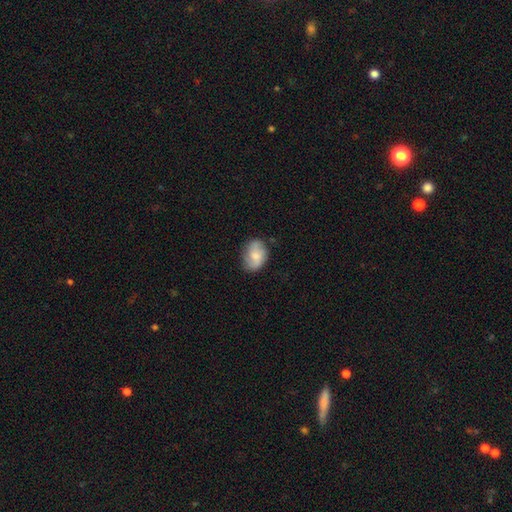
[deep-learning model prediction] smooth-or-featured: smooth: 65% | featured or disk: 28% | star or artifact: 7%
  how-rounded: in between: 71% | round: 28% | cigar-shaped: 1%
  merging: none: 69% | minor disturbance: 24% | major disturbance: 6% | merger: 2%